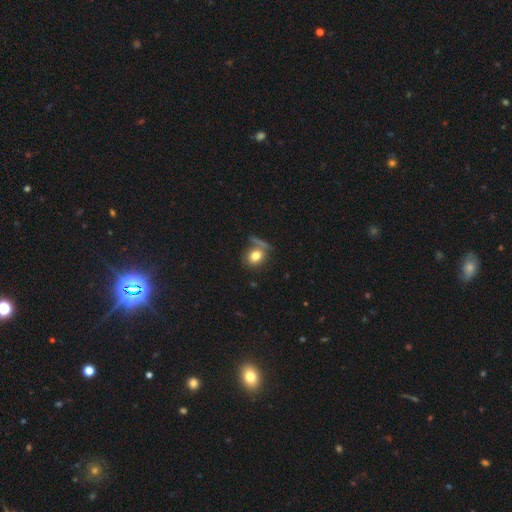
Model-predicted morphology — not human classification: Overall: smooth (78%). How rounded: round (54%; in between 44%). Merging: none (59%).